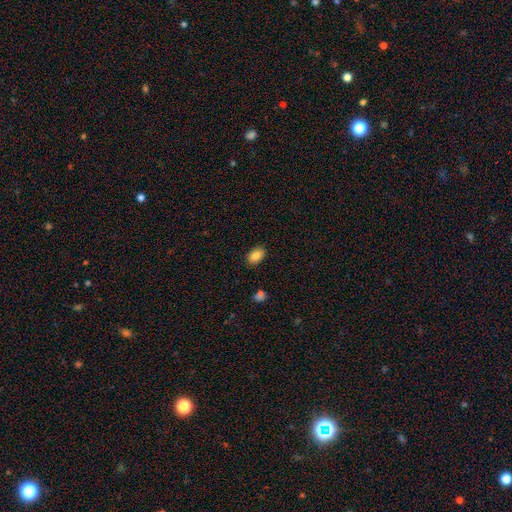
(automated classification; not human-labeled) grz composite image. It shows a smooth galaxy with no disk features (86%) that is in between round and cigar-shaped (90%). Merging: none (87%).